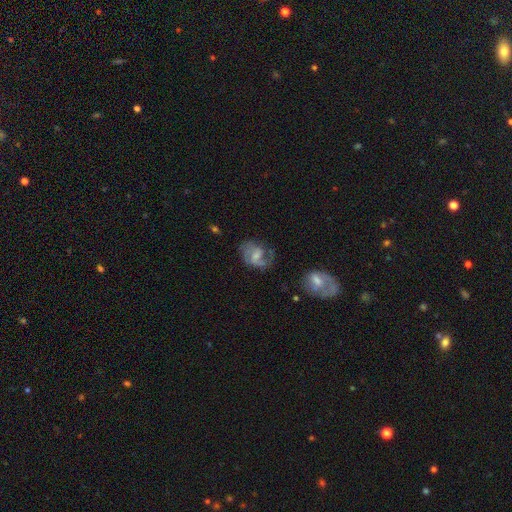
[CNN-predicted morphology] smooth_or_featured: featured or disk (p=0.68) [alt: smooth p=0.25]
disk_edge_on: no (p=0.97) [alt: yes p=0.03]
bar: weak (p=0.53) [alt: no p=0.34]
has_spiral_arms: yes (p=0.85) [alt: no p=0.15]
spiral_winding: medium (p=0.47) [alt: loose p=0.34]
spiral_arm_count: 2 (p=0.64) [alt: 1 p=0.15]
bulge_size: small (p=0.38) [alt: moderate p=0.34]
merging: none (p=0.52) [alt: minor disturbance p=0.23]